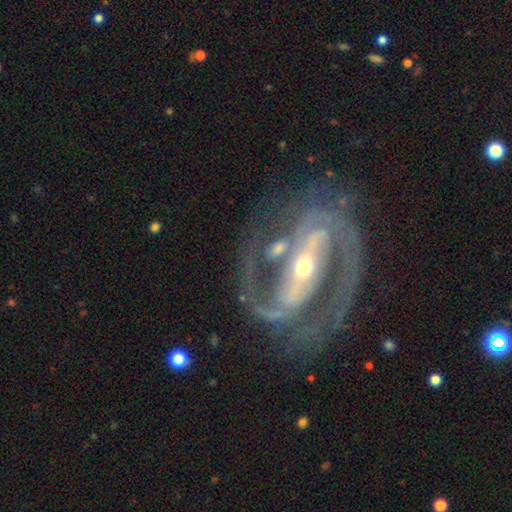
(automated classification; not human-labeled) Smooth or featured?
  - featured or disk: 92% *
  - star or artifact: 5%
  - smooth: 3%
Edge-on disk?
  - no: 97% *
  - yes: 3%
Bar?
  - strong: 72% *
  - weak: 19%
  - no: 9%
Spiral arms?
  - yes: 98% *
  - no: 2%
Spiral winding?
  - medium: 54% *
  - tight: 36%
  - loose: 10%
Spiral arm count?
  - 2: 89% *
  - 3: 4%
  - can't tell: 2%
  - 1: 2%
  - 4: 1%
  - more than 4: 1%
Bulge size?
  - small: 55% *
  - moderate: 41%
  - large: 2%
  - none: 1%
  - dominant: 1%
Merging?
  - none: 71% *
  - minor disturbance: 15%
  - major disturbance: 9%
  - merger: 5%